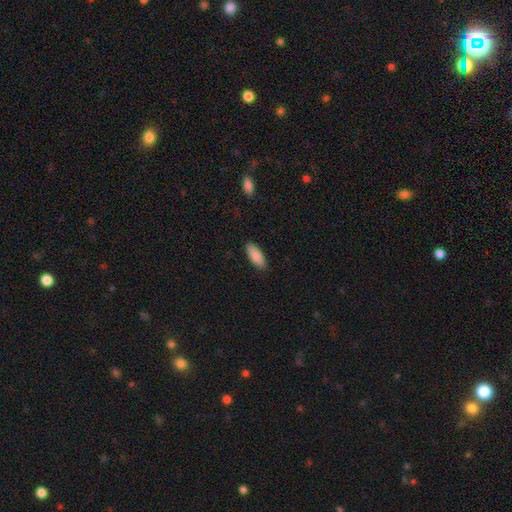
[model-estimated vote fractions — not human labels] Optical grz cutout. It shows a smooth galaxy with no disk features (88%) that is in between round and cigar-shaped (81%). Merging: none (88%).